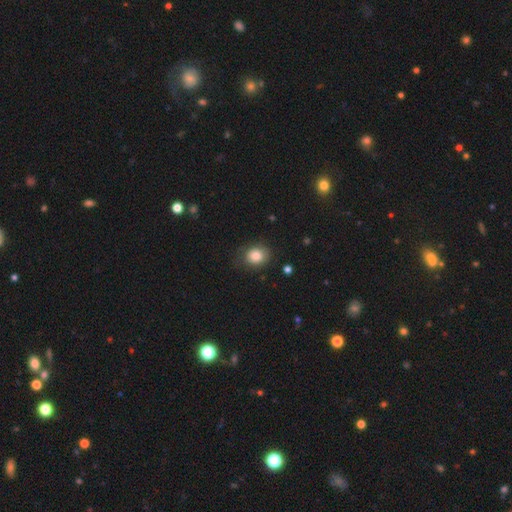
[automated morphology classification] This appears to be a smooth galaxy with no disk features (83%) that is round (61%). Merging: none (77%).